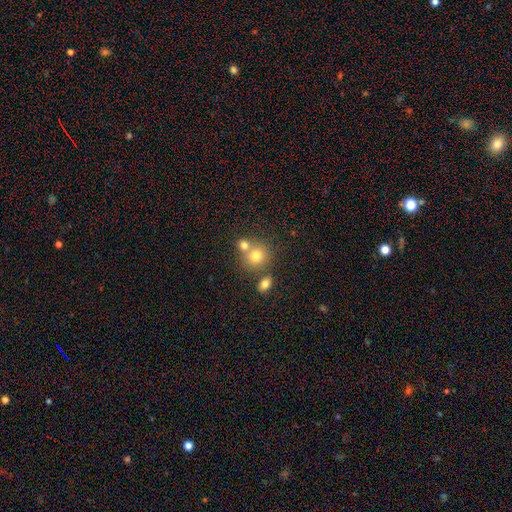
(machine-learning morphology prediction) smooth-or-featured: smooth: 76% | star or artifact: 13% | featured or disk: 12%
  how-rounded: round: 83% | in between: 16% | cigar-shaped: 1%
  merging: none: 51% | merger: 38% | minor disturbance: 8% | major disturbance: 3%